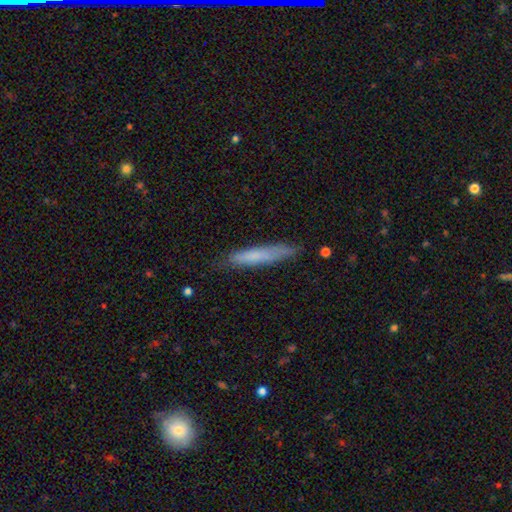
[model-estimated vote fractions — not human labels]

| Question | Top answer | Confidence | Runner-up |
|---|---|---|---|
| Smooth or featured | smooth | 71% | featured or disk (23%) |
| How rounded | cigar-shaped | 92% | in between (7%) |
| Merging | none | 77% | minor disturbance (18%) |